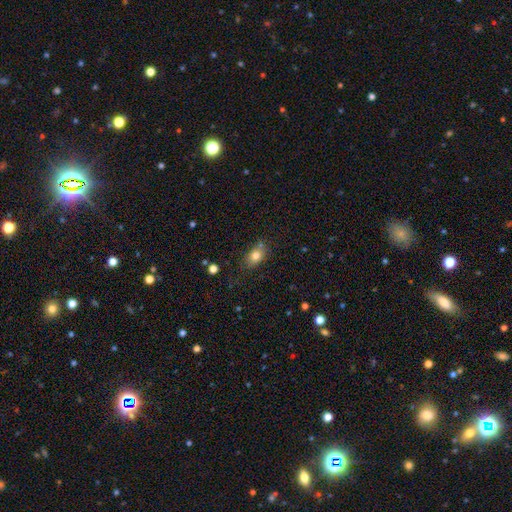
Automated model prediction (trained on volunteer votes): smooth-or-featured: smooth: 79% | featured or disk: 10% | star or artifact: 10%
  how-rounded: in between: 73% | round: 25% | cigar-shaped: 2%
  merging: none: 70% | minor disturbance: 19% | merger: 7% | major disturbance: 5%